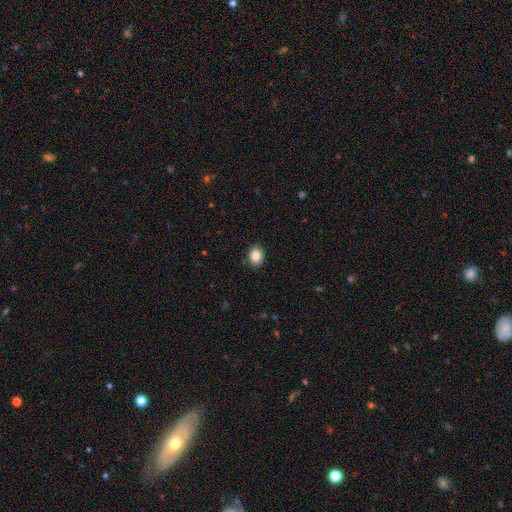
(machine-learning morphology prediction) The model was most divided on "how rounded": in between: 54%, round: 45%, cigar-shaped: 1%. More confident: merging — none (90%); smooth or featured — smooth (86%).